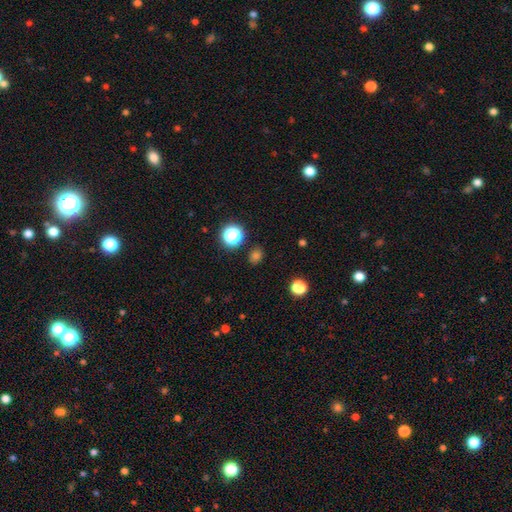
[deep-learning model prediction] A smooth galaxy with no disk features (71%) that is round (69%).

Vote fractions:
- Smooth or featured? smooth: 71% / star or artifact: 24% / featured or disk: 5%
- How rounded? round: 69% / in between: 29% / cigar-shaped: 1%
- Merging? none: 86% / minor disturbance: 8% / major disturbance: 3% / merger: 2%